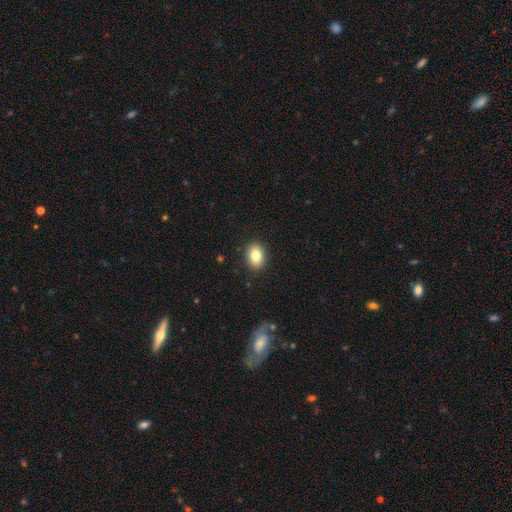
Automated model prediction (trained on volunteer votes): Q: Smooth or featured?
A: smooth (83%); runner-up: star or artifact (9%)
Q: How rounded?
A: in between (75%); runner-up: round (24%)
Q: Merging?
A: none (89%); runner-up: minor disturbance (7%)